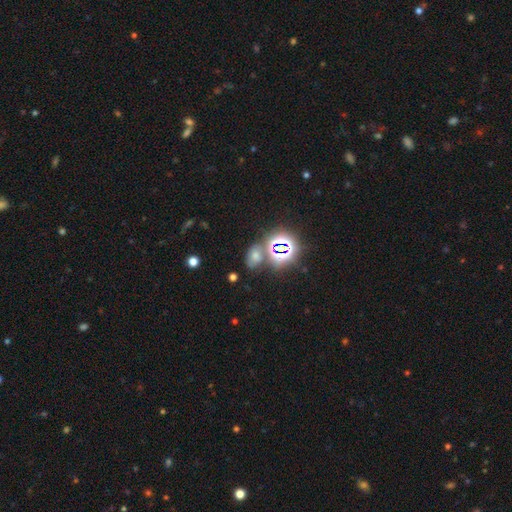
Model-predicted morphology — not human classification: Overall: star or artifact (44%; smooth 43%).